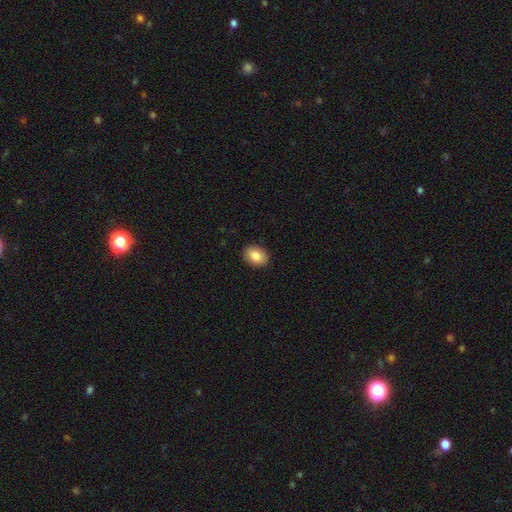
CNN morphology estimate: Smooth or featured? smooth (86%)
How rounded? in between (74%)
Merging? none (91%)